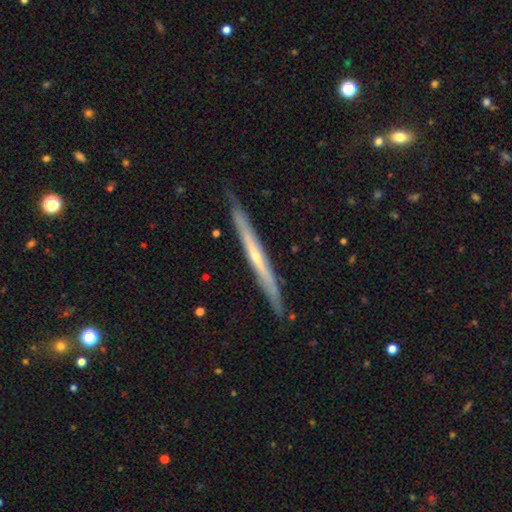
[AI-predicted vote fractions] Smooth or featured: featured or disk — 68% (smooth — 27%)
Edge-on disk: yes — 95% (no — 5%)
Edge-on bulge: none — 58% (rounded — 37%)
Merging: none — 84% (minor disturbance — 13%)